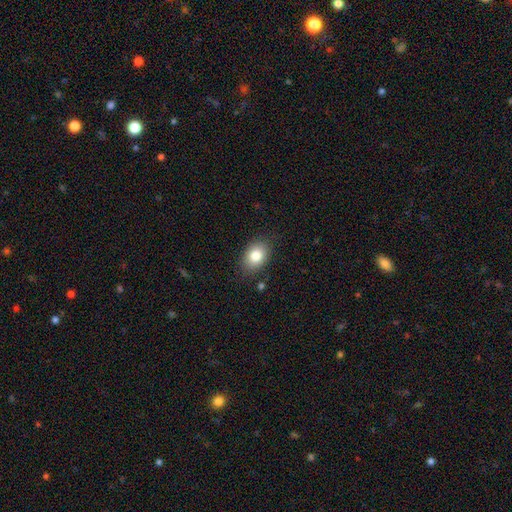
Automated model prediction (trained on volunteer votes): smooth_or_featured: smooth (p=0.82) [alt: featured or disk p=0.09]
how_rounded: in between (p=0.76) [alt: round p=0.23]
merging: none (p=0.84) [alt: minor disturbance p=0.12]